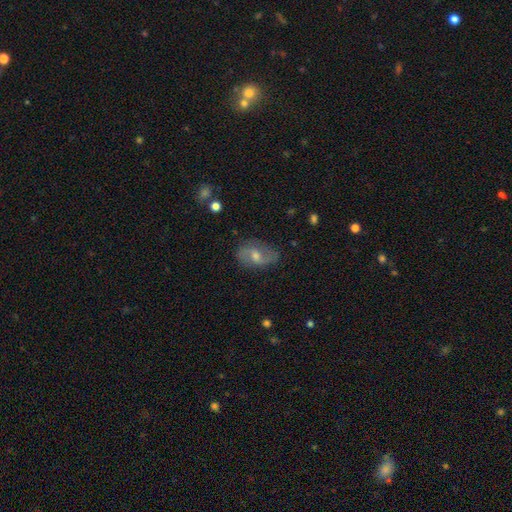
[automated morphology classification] Smooth or featured: featured or disk — 64% (smooth — 26%)
Edge-on disk: no — 95% (yes — 5%)
Bar: weak — 46% (no — 42%)
Spiral arms: yes — 84% (no — 16%)
Spiral winding: loose — 44% (medium — 39%)
Spiral arm count: 2 — 84% (can't tell — 10%)
Bulge size: moderate — 64% (small — 28%)
Merging: none — 77% (minor disturbance — 17%)